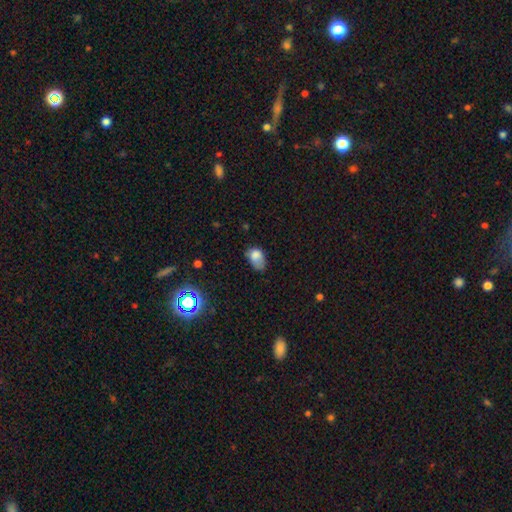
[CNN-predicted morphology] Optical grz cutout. It shows a smooth galaxy with no disk features (76%) that is in between round and cigar-shaped (82%). Merging: minor disturbance (42%).